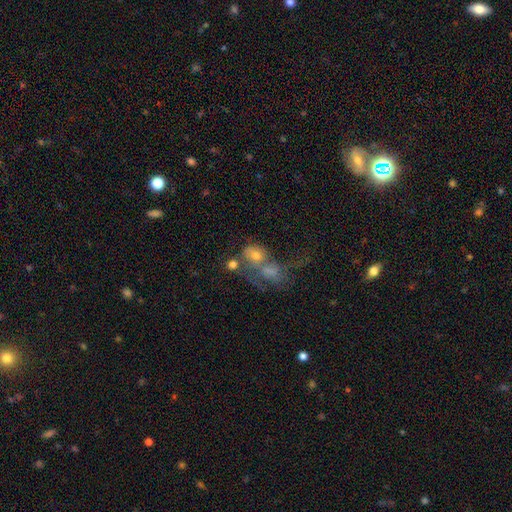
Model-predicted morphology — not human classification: smooth-or-featured: smooth: 49% | featured or disk: 33% | star or artifact: 18%
  merging: merger: 53% | none: 20% | major disturbance: 17% | minor disturbance: 9%